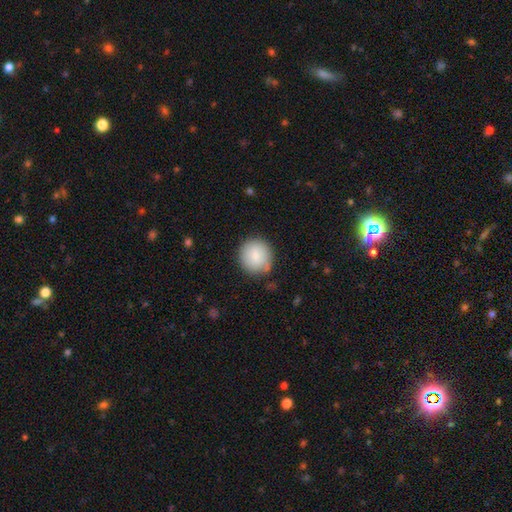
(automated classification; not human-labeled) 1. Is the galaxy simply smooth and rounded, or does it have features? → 83% smooth, 10% featured or disk, 7% star or artifact.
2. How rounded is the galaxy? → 92% round, 7% in between, 1% cigar-shaped.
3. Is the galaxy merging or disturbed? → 82% none, 13% minor disturbance, 3% major disturbance, 2% merger.